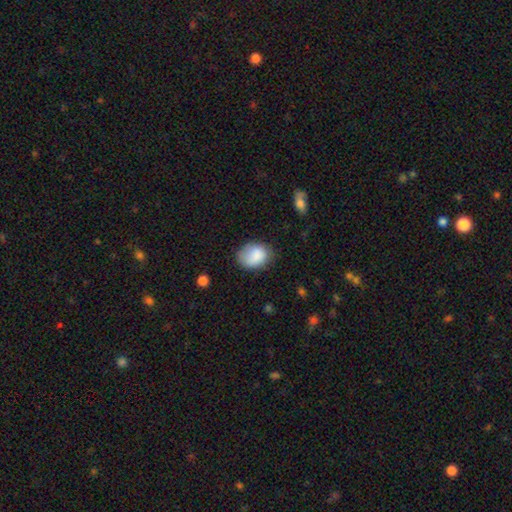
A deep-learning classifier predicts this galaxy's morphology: smooth-or-featured: smooth: 85% | featured or disk: 8% | star or artifact: 7%
  how-rounded: in between: 63% | round: 37% | cigar-shaped: 1%
  merging: none: 63% | minor disturbance: 26% | major disturbance: 8% | merger: 2%